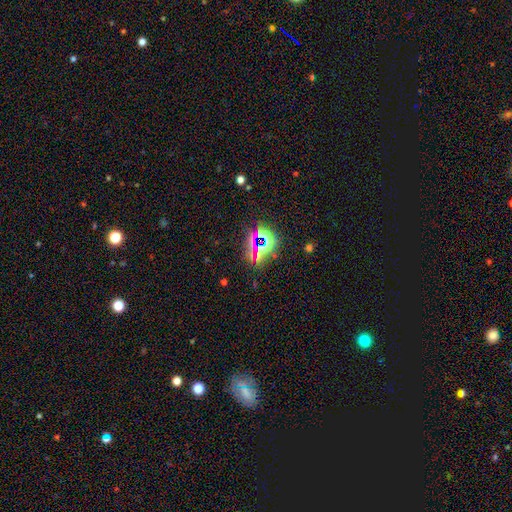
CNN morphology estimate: star or artifact 70%, smooth 20%, featured or disk 10%.